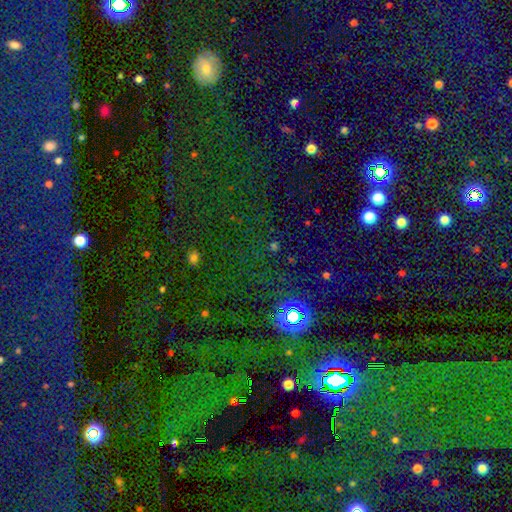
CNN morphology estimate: smooth-or-featured: star or artifact: 71% | smooth: 19% | featured or disk: 10%